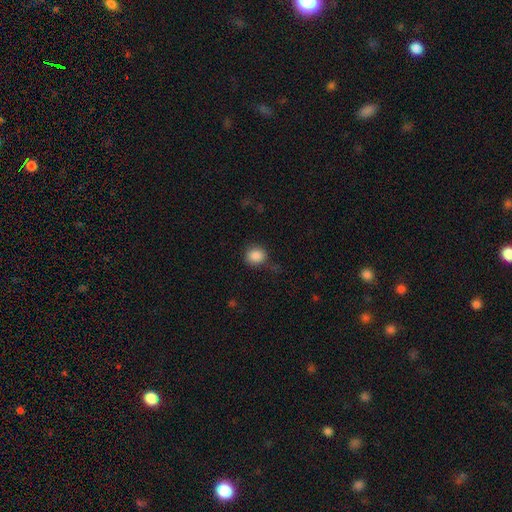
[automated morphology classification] A smooth galaxy with no disk features (87%) that is round (80%).

Vote fractions:
- Smooth or featured? smooth: 87% / star or artifact: 9% / featured or disk: 4%
- How rounded? round: 80% / in between: 19% / cigar-shaped: 1%
- Merging? none: 72% / minor disturbance: 19% / major disturbance: 7% / merger: 2%